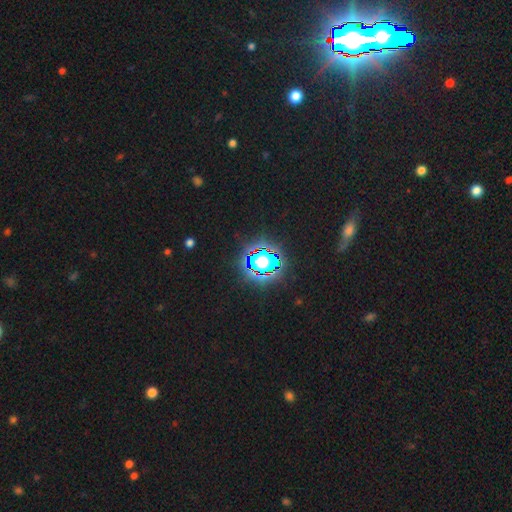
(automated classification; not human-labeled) Morphology: type=star or artifact (66%).